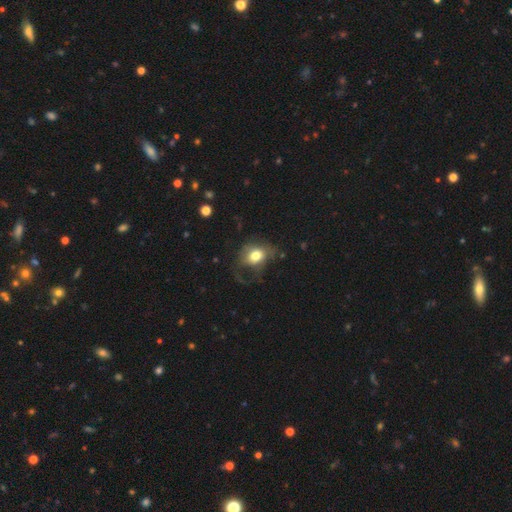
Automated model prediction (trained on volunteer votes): Smooth or featured? smooth (69%)
How rounded? in between (53%)
Merging? none (39%)